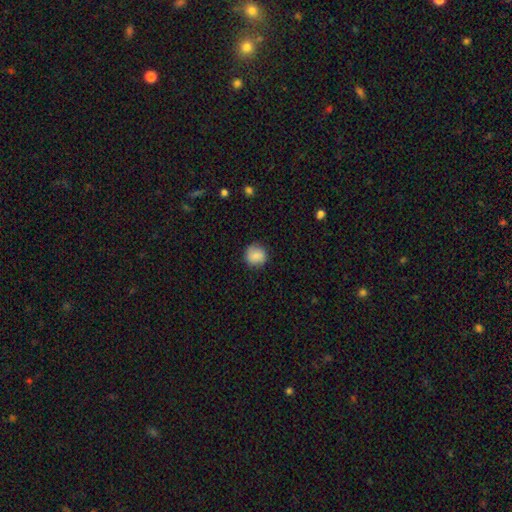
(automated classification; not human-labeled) Smooth or featured? Predicted: smooth (p=0.86). How rounded? Predicted: round (p=0.91). Merging? Predicted: none (p=0.88).